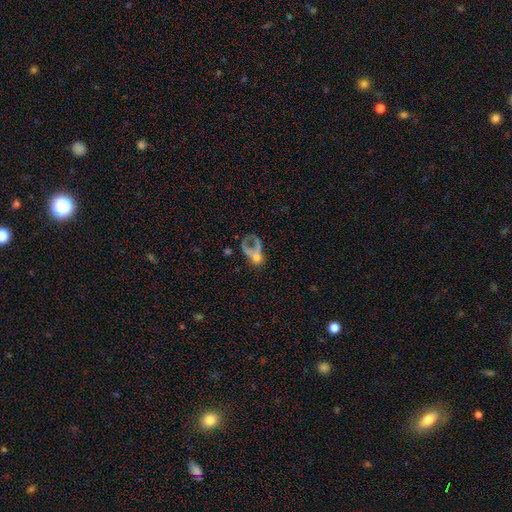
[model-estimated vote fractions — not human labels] Q: Smooth or featured?
A: smooth (42%); tied with: featured or disk (42%)
Q: Merging?
A: major disturbance (49%); runner-up: none (23%)